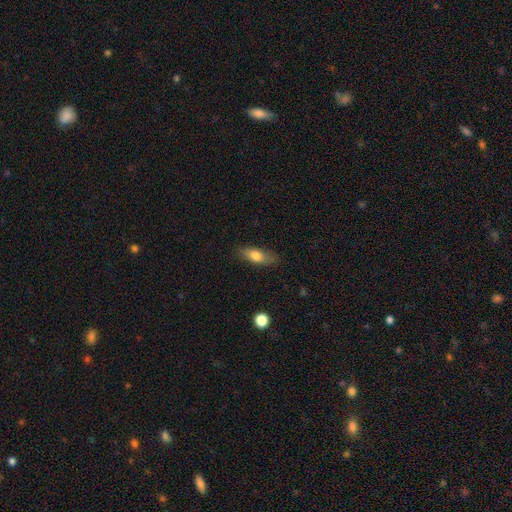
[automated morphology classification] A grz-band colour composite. It shows a smooth galaxy with no disk features (74%) that is in between round and cigar-shaped (68%). Merging: none (82%).